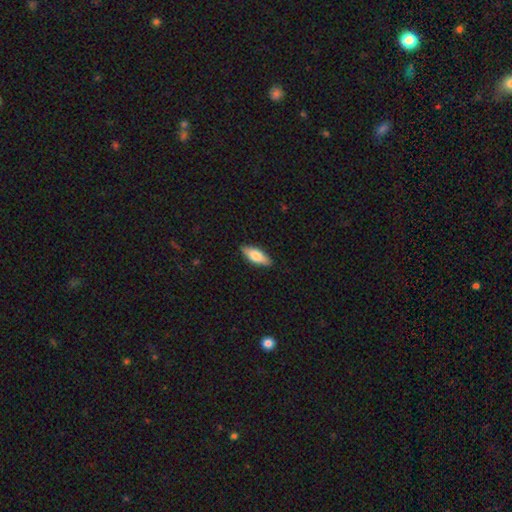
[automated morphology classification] Smooth or featured? smooth (73%)
How rounded? in between (72%)
Merging? none (88%)